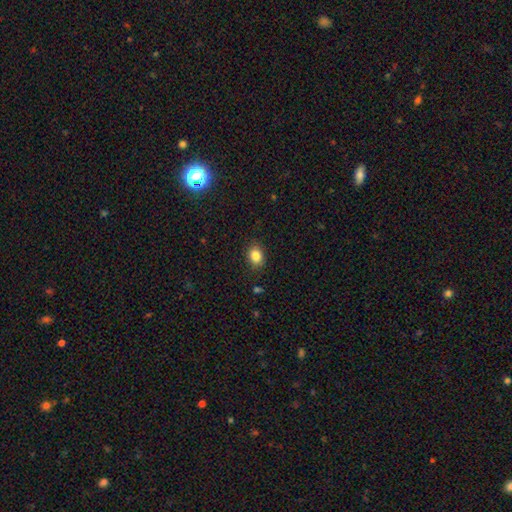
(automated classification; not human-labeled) smooth 84%, star or artifact 10%, featured or disk 5%. Down the decision tree: how rounded — in between (55%); merging — none (86%).